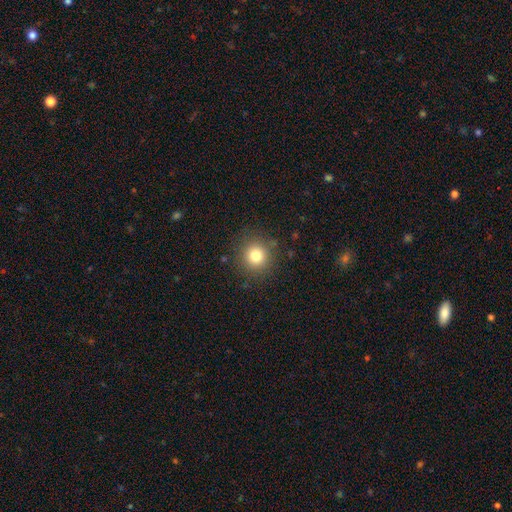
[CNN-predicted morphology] Smooth or featured: smooth — 80% (star or artifact — 13%)
How rounded: round — 93% (in between — 6%)
Merging: none — 88% (minor disturbance — 8%)